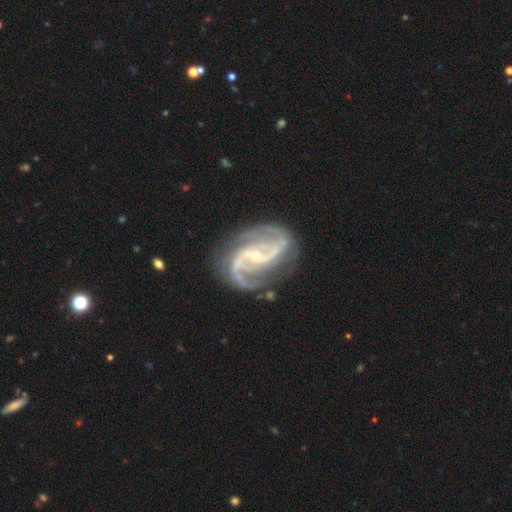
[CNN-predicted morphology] Overall: featured or disk (93%). Edge-on disk: no (98%). Bar: weak (38%; no 33%). Spiral arms: yes (98%). Spiral arm count: 2 (80%). Spiral winding: medium (56%; loose 27%). Bulge size: small (75%). Merging: none (71%).